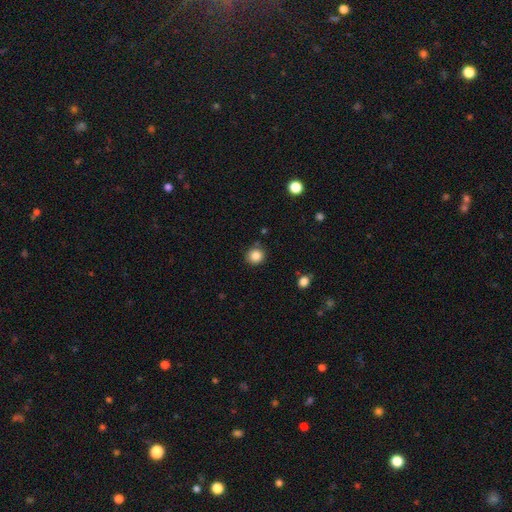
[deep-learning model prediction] A smooth galaxy with no disk features (85%) that is round (90%).

Vote fractions:
- Smooth or featured? smooth: 85% / star or artifact: 10% / featured or disk: 4%
- How rounded? round: 90% / in between: 9% / cigar-shaped: 1%
- Merging? none: 85% / minor disturbance: 9% / merger: 3% / major disturbance: 2%